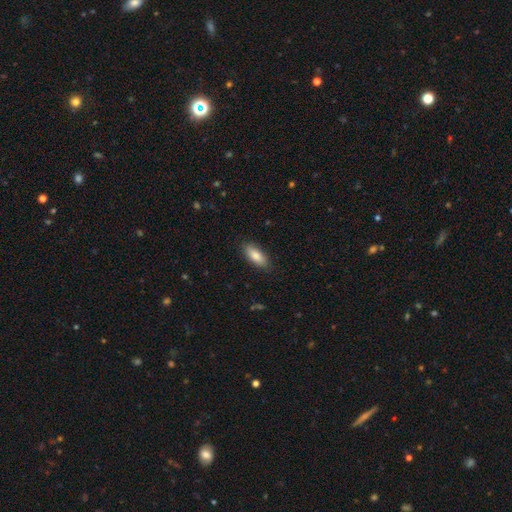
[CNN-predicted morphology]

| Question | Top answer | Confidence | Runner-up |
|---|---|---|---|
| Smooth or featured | smooth | 84% | featured or disk (9%) |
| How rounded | in between | 80% | cigar-shaped (18%) |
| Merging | none | 86% | minor disturbance (10%) |